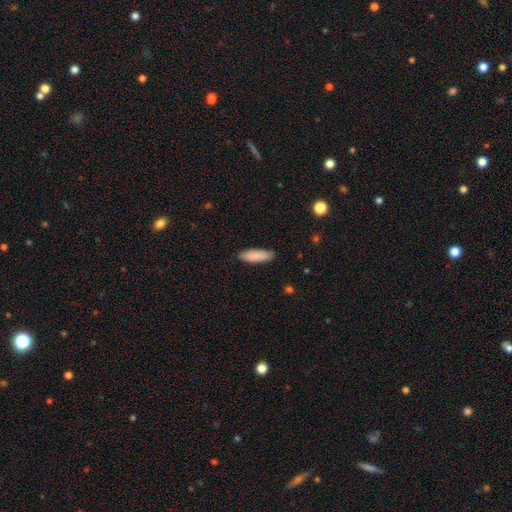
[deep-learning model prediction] Overall: smooth (88%). How rounded: in between (51%; cigar-shaped 48%). Merging: none (85%).